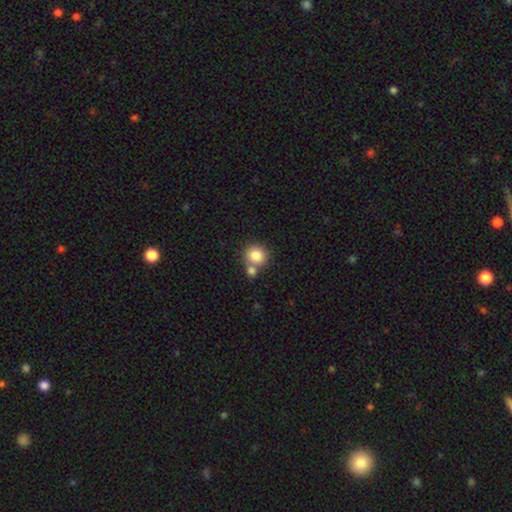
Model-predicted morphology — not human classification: This appears to be a smooth galaxy with no disk features (82%) that is round (86%). Merging: none (51%).